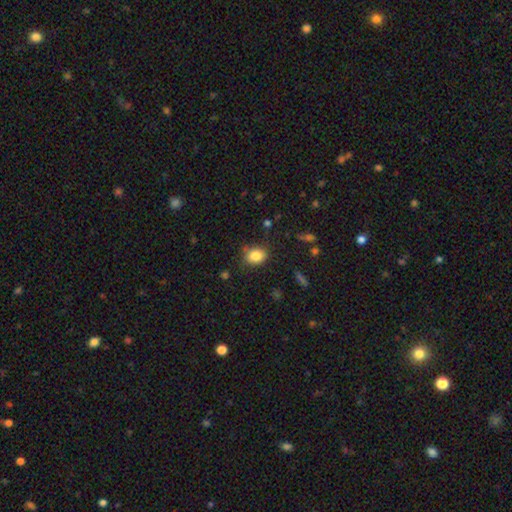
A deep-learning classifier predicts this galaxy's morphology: Smooth or featured? smooth (84%)
How rounded? in between (63%)
Merging? none (76%)